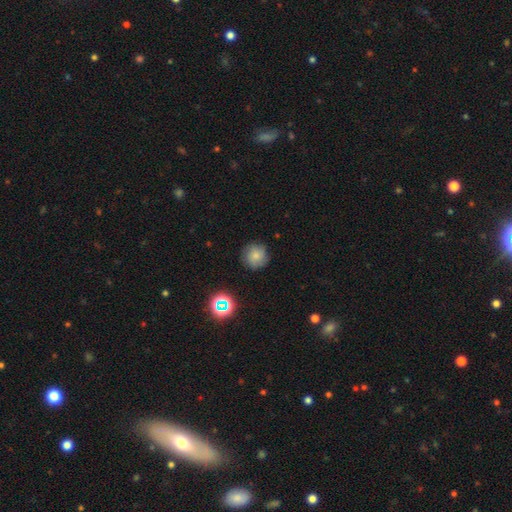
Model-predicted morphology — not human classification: A smooth galaxy with no disk features (71%) that is round (94%). Merging: none (83%).